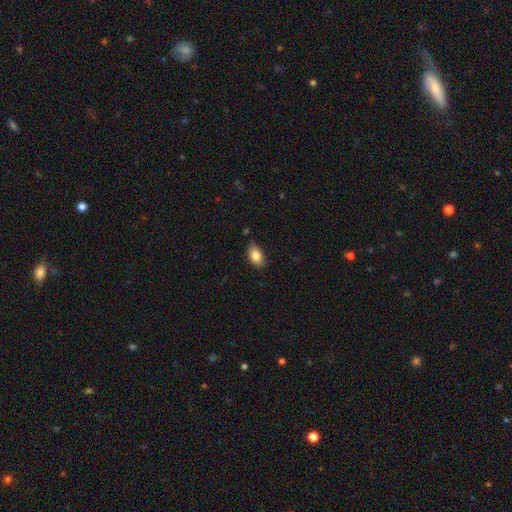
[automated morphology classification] Smooth or featured? smooth (82%)
How rounded? in between (88%)
Merging? none (73%)